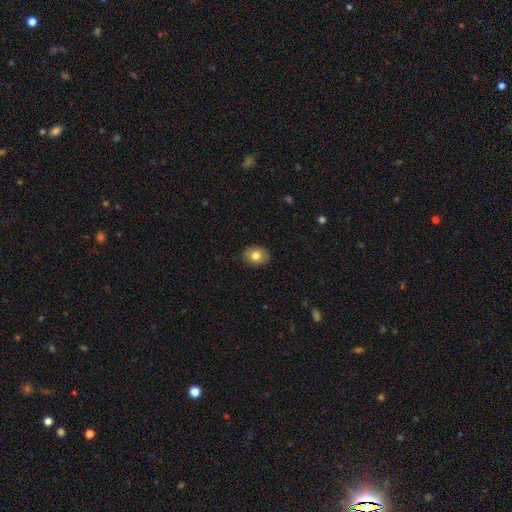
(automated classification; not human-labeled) A smooth galaxy with no disk features (78%) that is in between round and cigar-shaped (61%). Merging: none (88%).